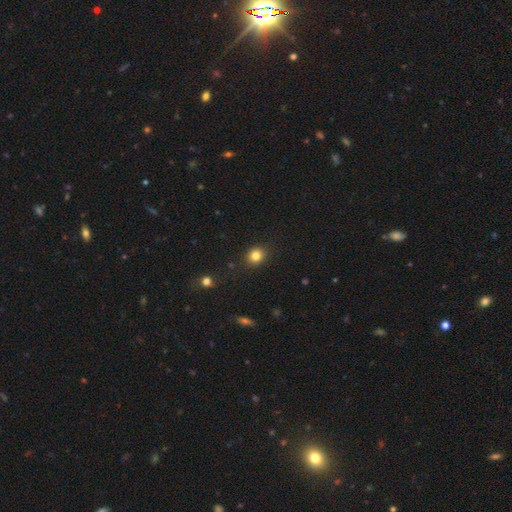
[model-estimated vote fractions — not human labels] smooth_or_featured: smooth (p=0.82) [alt: star or artifact p=0.12]
how_rounded: round (p=0.77) [alt: in between p=0.22]
merging: none (p=0.87) [alt: minor disturbance p=0.09]